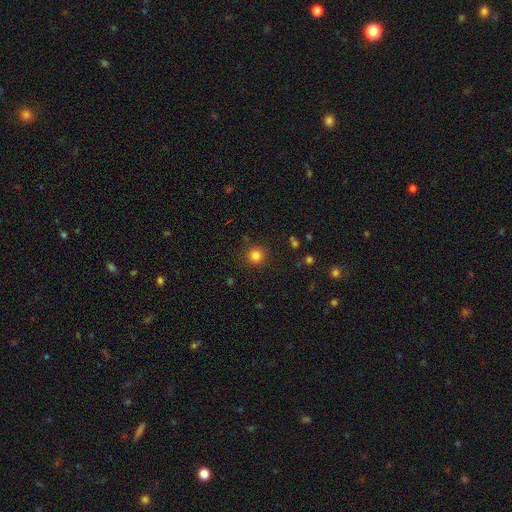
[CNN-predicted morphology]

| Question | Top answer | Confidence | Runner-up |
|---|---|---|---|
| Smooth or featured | smooth | 82% | star or artifact (13%) |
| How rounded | round | 94% | in between (5%) |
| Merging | none | 89% | minor disturbance (7%) |